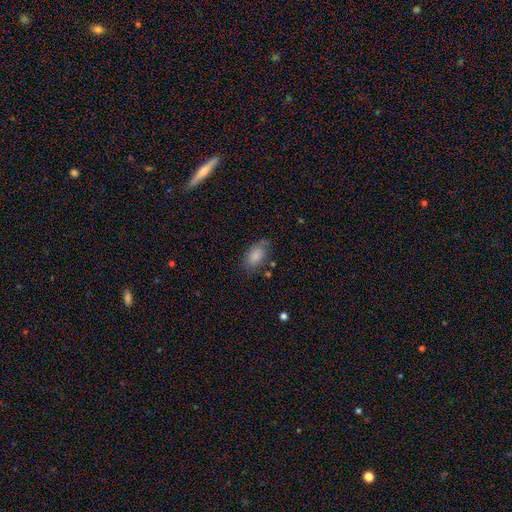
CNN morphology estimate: A smooth galaxy with no disk features (85%) that is in between round and cigar-shaped (92%). Merging: none (71%).